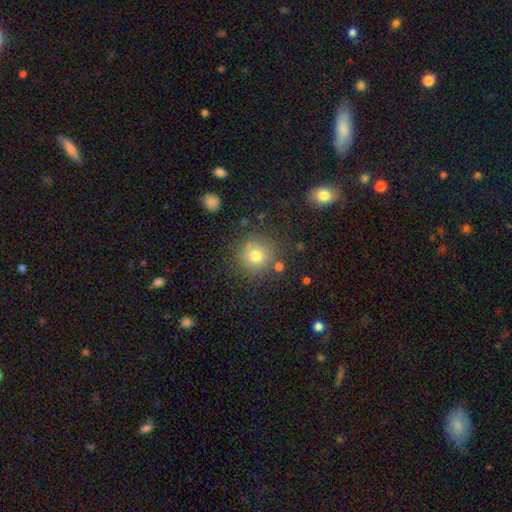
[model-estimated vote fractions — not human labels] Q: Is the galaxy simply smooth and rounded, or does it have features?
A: smooth — 76%.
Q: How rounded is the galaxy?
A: round — 93%.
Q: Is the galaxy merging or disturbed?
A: none — 80%.